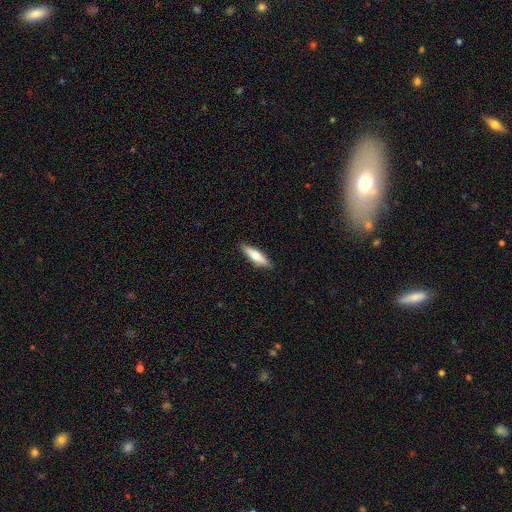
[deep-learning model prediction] The model was most divided on "smooth or featured": smooth: 64%, featured or disk: 31%, star or artifact: 6%. More confident: merging — none (89%); how rounded — cigar-shaped (71%).